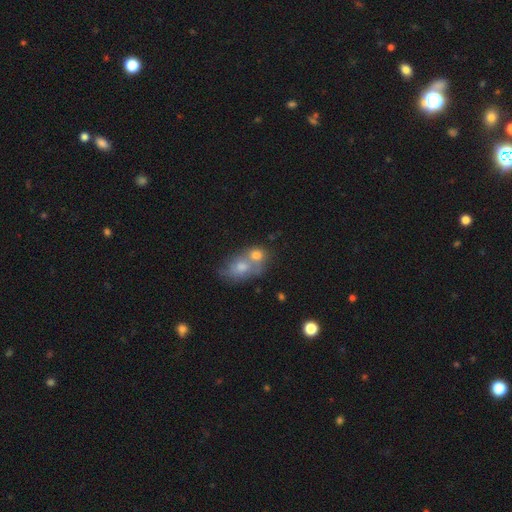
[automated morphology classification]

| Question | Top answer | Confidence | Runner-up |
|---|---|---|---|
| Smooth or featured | smooth | 54% | featured or disk (23%) |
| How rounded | in between | 56% | round (39%) |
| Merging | merger | 49% | none (37%) |